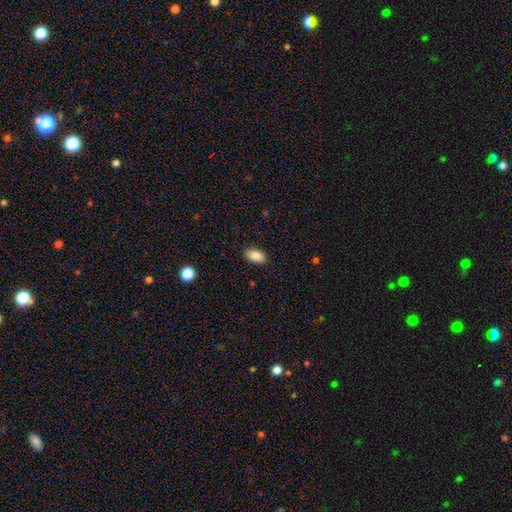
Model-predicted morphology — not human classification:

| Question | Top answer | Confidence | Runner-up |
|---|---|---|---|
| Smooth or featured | smooth | 87% | star or artifact (8%) |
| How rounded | in between | 93% | round (5%) |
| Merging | none | 88% | minor disturbance (9%) |